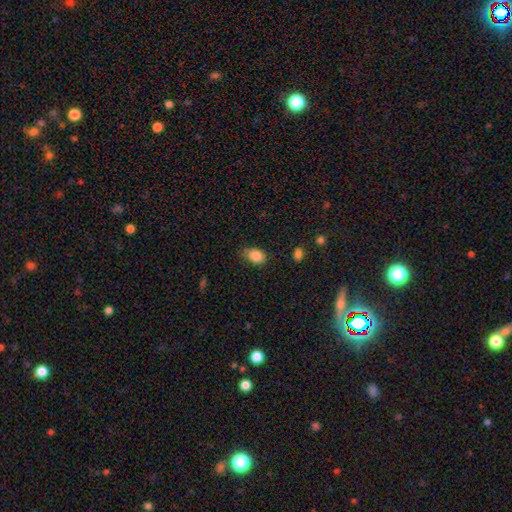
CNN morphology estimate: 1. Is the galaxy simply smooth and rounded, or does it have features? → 87% smooth, 8% star or artifact, 5% featured or disk.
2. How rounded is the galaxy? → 85% in between, 14% round, 1% cigar-shaped.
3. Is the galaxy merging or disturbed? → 70% none, 24% minor disturbance, 5% major disturbance, 2% merger.